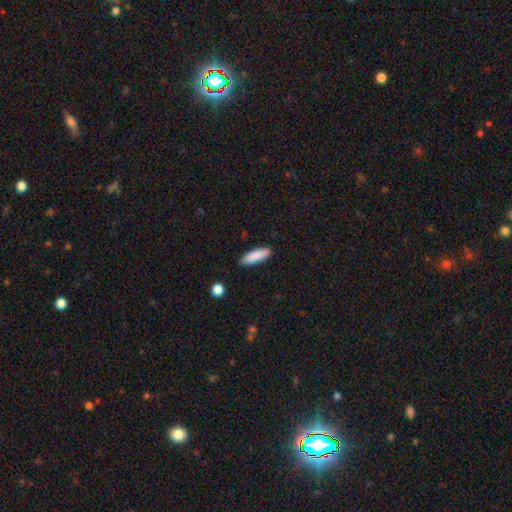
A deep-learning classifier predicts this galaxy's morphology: Smooth or featured?
  - smooth: 88% *
  - featured or disk: 6%
  - star or artifact: 6%
How rounded?
  - cigar-shaped: 53% *
  - in between: 45%
  - round: 2%
Merging?
  - none: 85% *
  - minor disturbance: 12%
  - major disturbance: 2%
  - merger: 1%